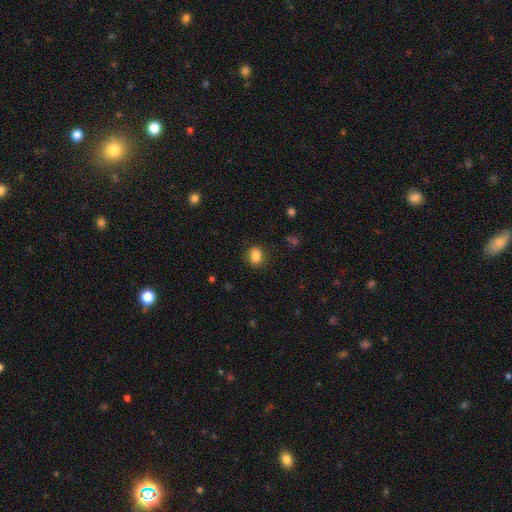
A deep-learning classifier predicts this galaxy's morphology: Smooth or featured?
  - smooth: 86% *
  - star or artifact: 10%
  - featured or disk: 4%
How rounded?
  - in between: 54% *
  - round: 45%
  - cigar-shaped: 1%
Merging?
  - none: 85% *
  - minor disturbance: 10%
  - major disturbance: 3%
  - merger: 1%